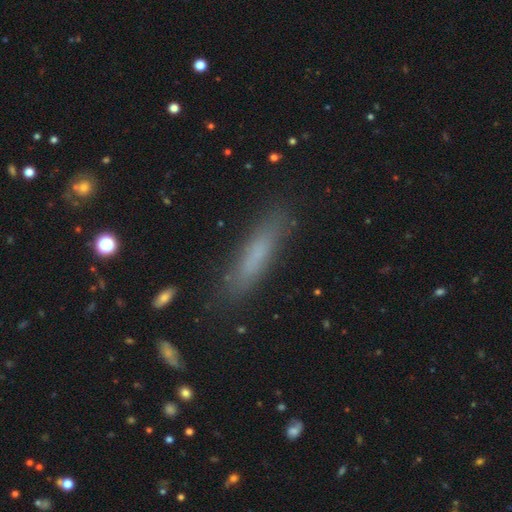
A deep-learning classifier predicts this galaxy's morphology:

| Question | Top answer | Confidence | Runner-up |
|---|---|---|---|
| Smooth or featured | smooth | 69% | featured or disk (21%) |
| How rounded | cigar-shaped | 79% | in between (19%) |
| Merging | none | 82% | minor disturbance (13%) |